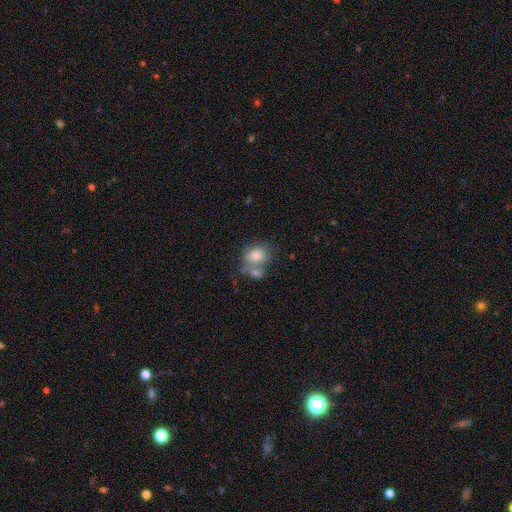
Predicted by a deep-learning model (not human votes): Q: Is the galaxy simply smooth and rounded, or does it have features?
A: smooth — 79%.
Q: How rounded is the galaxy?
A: in between — 55%.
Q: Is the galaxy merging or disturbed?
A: none — 40%.